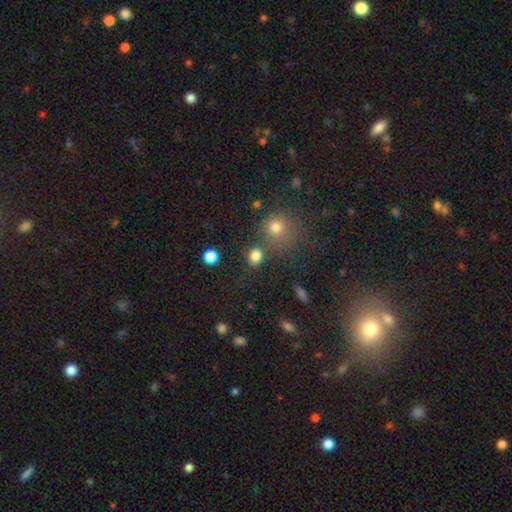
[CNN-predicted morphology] Smooth or featured: smooth — 82% (star or artifact — 13%)
How rounded: round — 64% (in between — 35%)
Merging: none — 74% (merger — 11%)